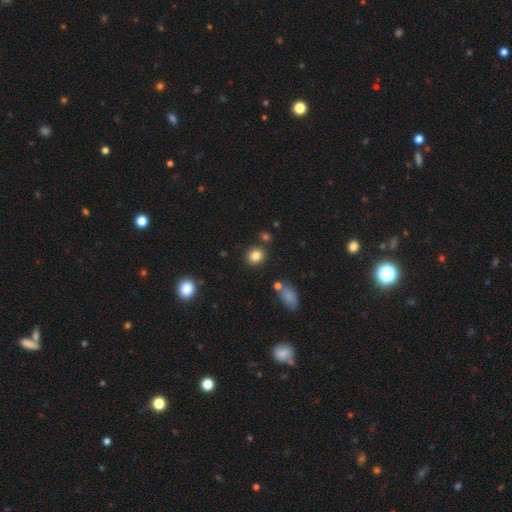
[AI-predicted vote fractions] Smooth or featured?
  - smooth: 84% *
  - star or artifact: 11%
  - featured or disk: 5%
How rounded?
  - round: 80% *
  - in between: 19%
  - cigar-shaped: 1%
Merging?
  - none: 84% *
  - minor disturbance: 8%
  - merger: 5%
  - major disturbance: 3%